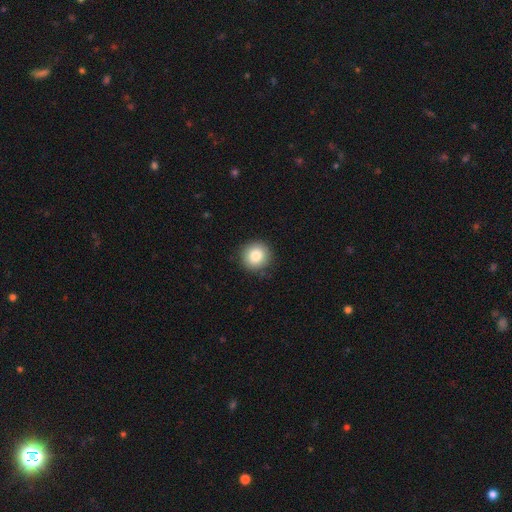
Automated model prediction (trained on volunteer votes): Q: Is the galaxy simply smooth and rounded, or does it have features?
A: smooth — 83%.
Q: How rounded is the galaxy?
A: round — 93%.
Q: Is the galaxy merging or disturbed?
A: none — 89%.